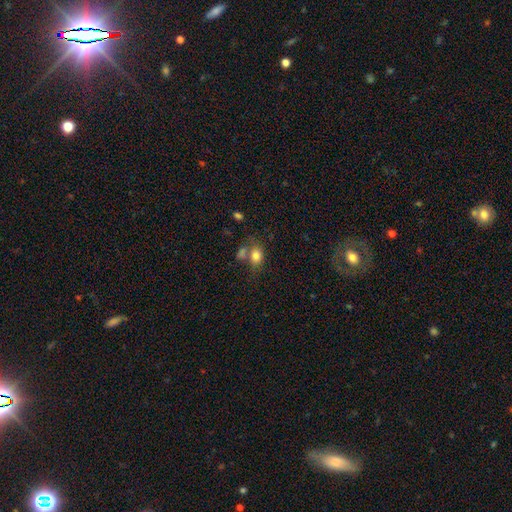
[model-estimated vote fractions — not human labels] Overall: smooth (79%). How rounded: in between (61%; round 38%). Merging: none (43%; merger 33%).